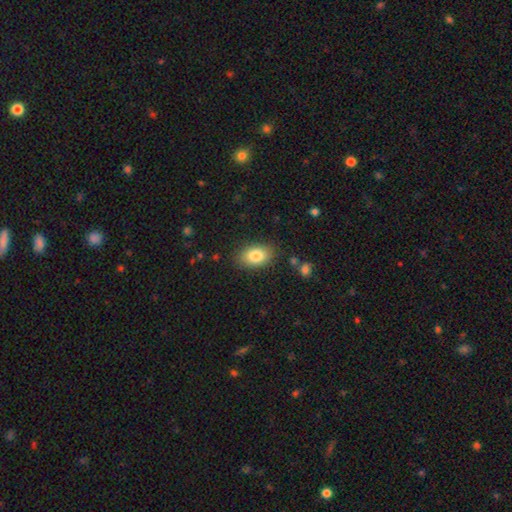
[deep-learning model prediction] smooth 83%, featured or disk 10%, star or artifact 8%. Down the decision tree: how rounded — in between (87%); merging — none (84%).